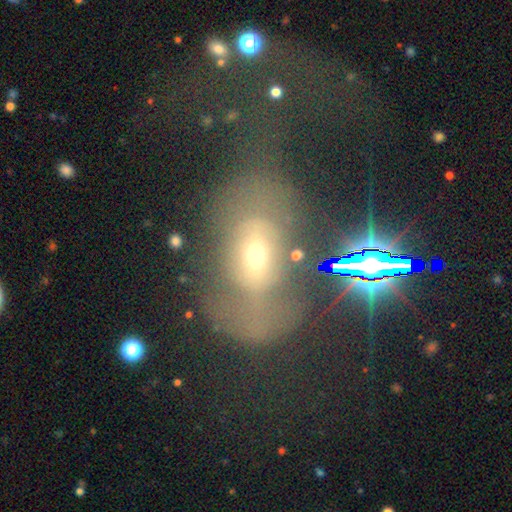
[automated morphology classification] featured or disk 43%, smooth 40%, star or artifact 16%. Down the decision tree: merging — major disturbance (43%).